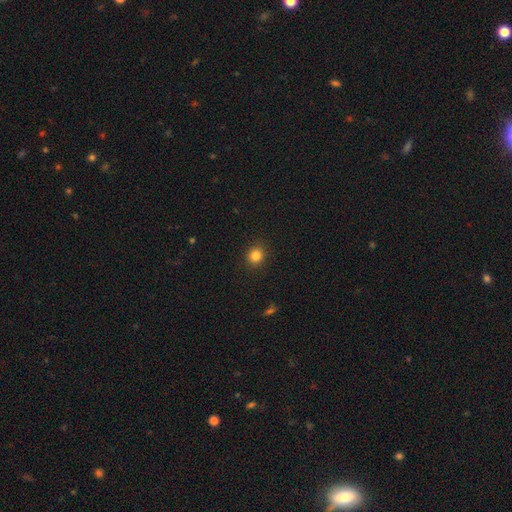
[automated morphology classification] smooth-or-featured: smooth: 83% | star or artifact: 12% | featured or disk: 5%
  how-rounded: round: 85% | in between: 14% | cigar-shaped: 1%
  merging: none: 90% | minor disturbance: 7% | major disturbance: 2% | merger: 1%